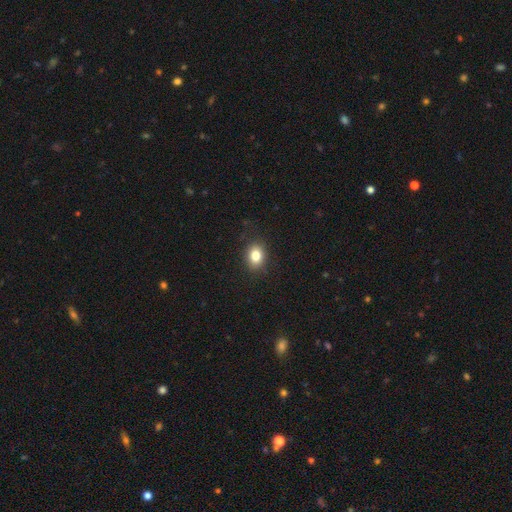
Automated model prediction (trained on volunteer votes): Smooth or featured: smooth — 82% (star or artifact — 10%)
How rounded: in between — 56% (round — 43%)
Merging: none — 86% (minor disturbance — 10%)